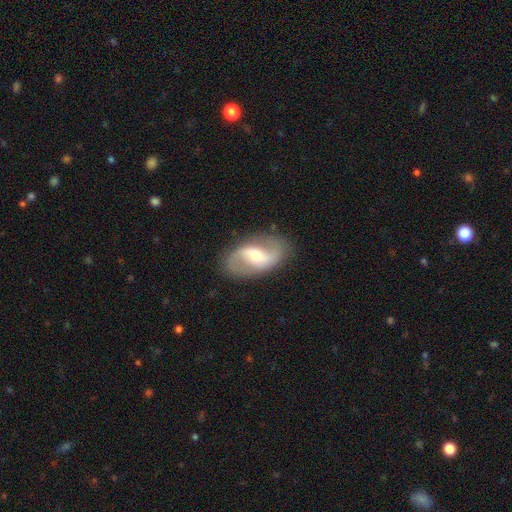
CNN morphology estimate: Smooth or featured?
  - featured or disk: 80% *
  - smooth: 14%
  - star or artifact: 6%
Edge-on disk?
  - no: 96% *
  - yes: 4%
Bar?
  - weak: 45% *
  - strong: 29%
  - no: 25%
Spiral arms?
  - yes: 91% *
  - no: 9%
Spiral winding?
  - loose: 53% *
  - medium: 36%
  - tight: 11%
Spiral arm count?
  - 2: 91% *
  - can't tell: 4%
  - 1: 2%
  - 3: 1%
  - 4: 1%
  - more than 4: 1%
Bulge size?
  - moderate: 52% *
  - small: 41%
  - large: 5%
  - none: 1%
  - dominant: 1%
Merging?
  - none: 82% *
  - minor disturbance: 12%
  - major disturbance: 5%
  - merger: 1%